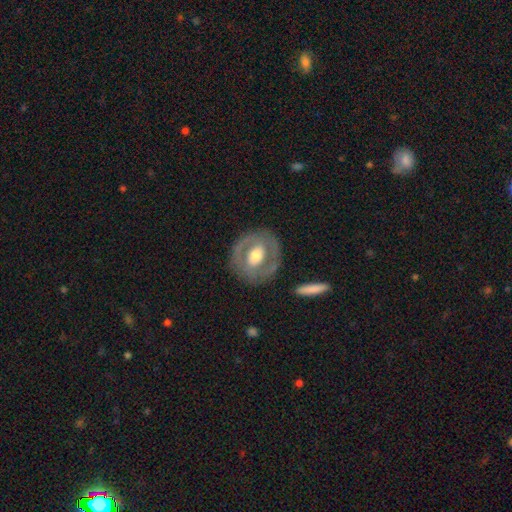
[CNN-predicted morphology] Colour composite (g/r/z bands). It shows a featured or disk galaxy (66%) with no bar (38%), no spiral arms (64%) and a moderate central bulge (70%). Merging: none (80%).